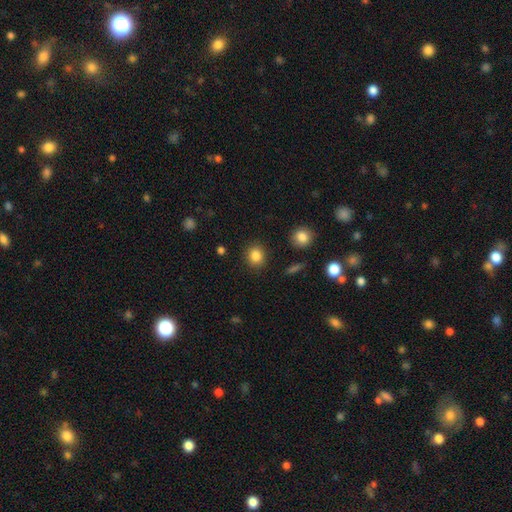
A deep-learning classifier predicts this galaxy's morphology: This is clearly a smooth galaxy (85%). How rounded: clearly round (82%). Merging: clearly none (89%).